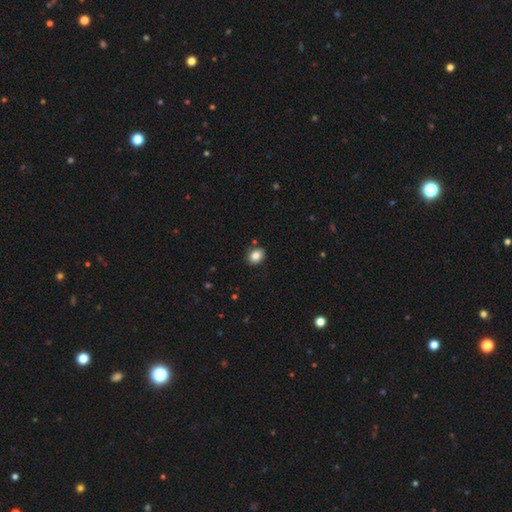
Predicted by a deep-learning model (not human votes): A smooth galaxy with no disk features (85%) that is in between round and cigar-shaped (53%). Merging: none (85%).